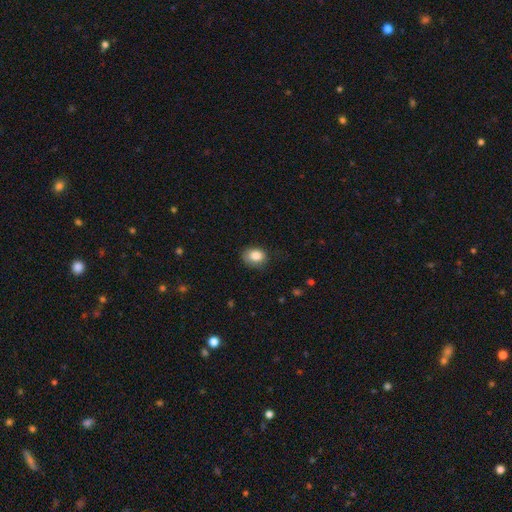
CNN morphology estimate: Smooth or featured? Predicted: smooth (p=0.85). How rounded? Predicted: in between (p=0.61). Merging? Predicted: none (p=0.71).